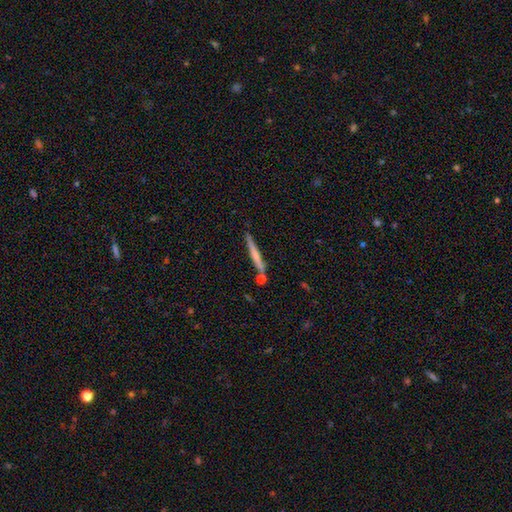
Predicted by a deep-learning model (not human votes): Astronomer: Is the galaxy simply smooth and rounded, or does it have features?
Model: smooth — 51% (runner-up: featured or disk, 43%).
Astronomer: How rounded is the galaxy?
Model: cigar-shaped — 96%.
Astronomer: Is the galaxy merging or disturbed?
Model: none — 75%.